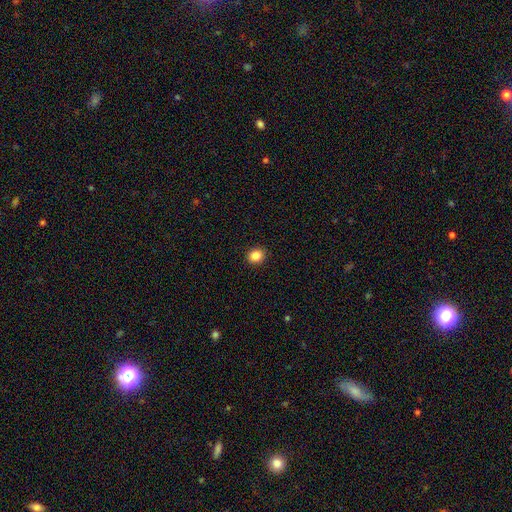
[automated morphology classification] type=smooth (86%); roundness=round (75%); merging=none (92%).